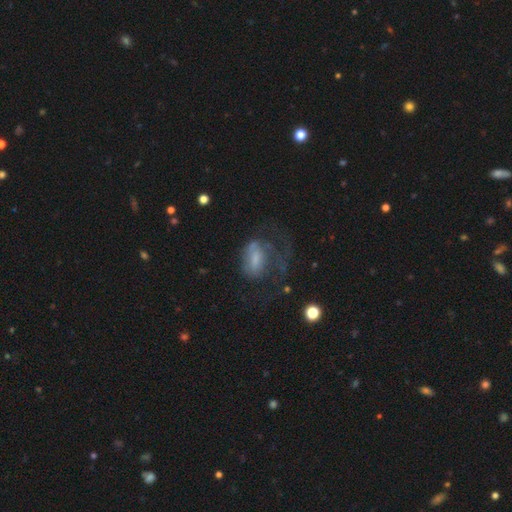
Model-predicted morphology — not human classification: Overall: featured or disk (46%; smooth 42%). Merging: major disturbance (52%; none 27%).